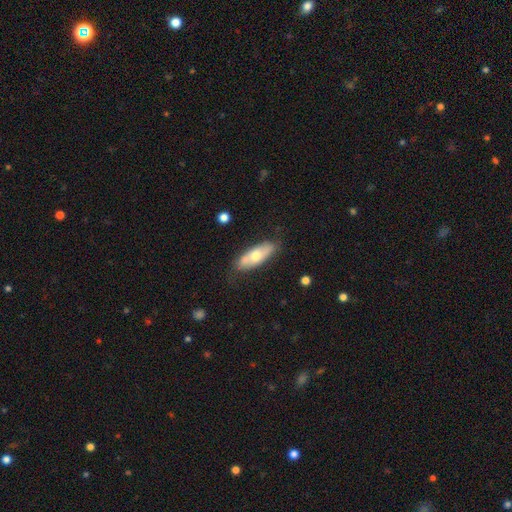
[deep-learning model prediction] smooth-or-featured: smooth: 56% | featured or disk: 39% | star or artifact: 6%
  how-rounded: in between: 71% | cigar-shaped: 26% | round: 2%
  merging: none: 75% | minor disturbance: 17% | major disturbance: 4% | merger: 3%